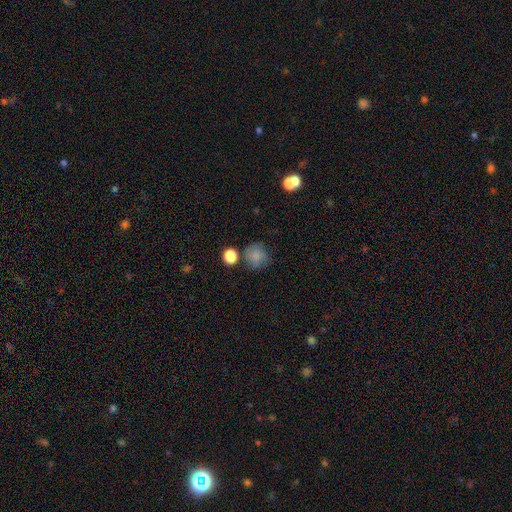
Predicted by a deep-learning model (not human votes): A smooth galaxy with no disk features (80%) that is round (84%). Merging: none (64%).